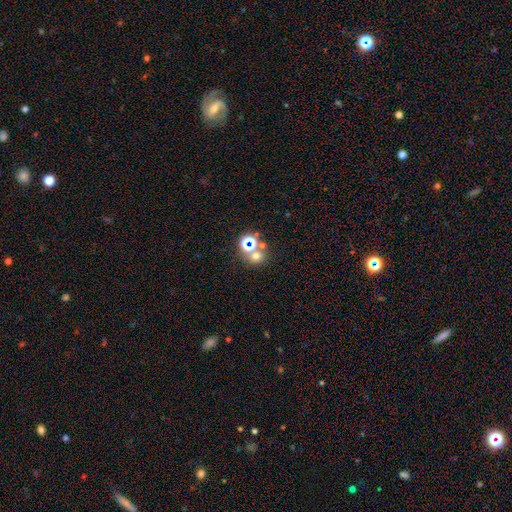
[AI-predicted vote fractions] smooth_or_featured: smooth (p=0.54) [alt: star or artifact p=0.36]
how_rounded: round (p=0.81) [alt: in between p=0.18]
merging: none (p=0.62) [alt: merger p=0.26]